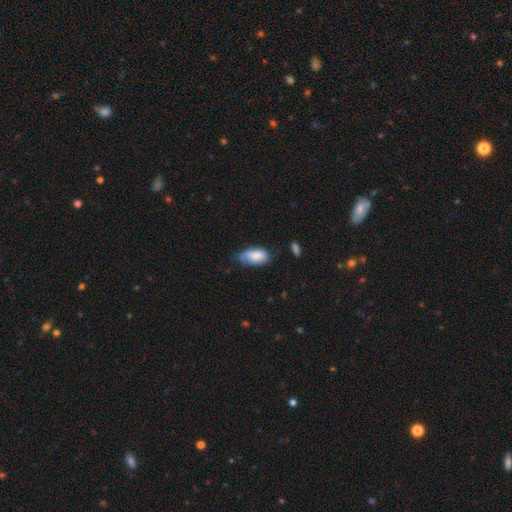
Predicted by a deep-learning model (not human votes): Overall: smooth (72%). How rounded: in between (91%). Merging: minor disturbance (41%, tied with none).